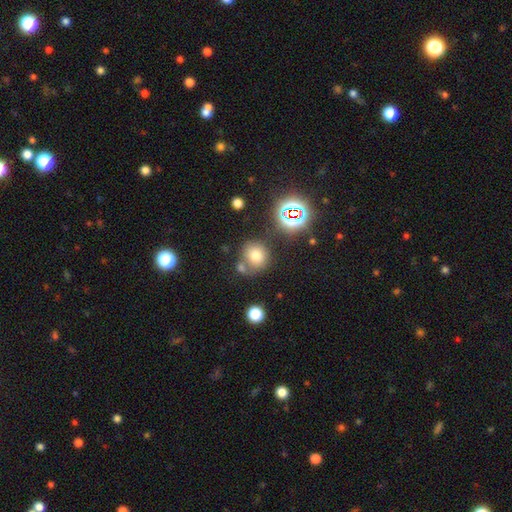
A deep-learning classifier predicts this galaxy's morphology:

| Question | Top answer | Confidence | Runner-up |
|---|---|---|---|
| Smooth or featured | smooth | 71% | star or artifact (18%) |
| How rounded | round | 85% | in between (14%) |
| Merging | none | 63% | merger (19%) |